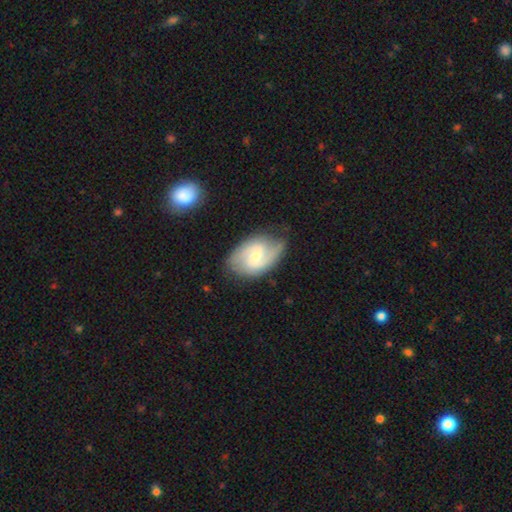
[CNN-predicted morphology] Smooth or featured?
  - featured or disk: 76% *
  - smooth: 19%
  - star or artifact: 5%
Edge-on disk?
  - no: 97% *
  - yes: 3%
Bar?
  - weak: 56% *
  - no: 32%
  - strong: 12%
Spiral arms?
  - yes: 94% *
  - no: 6%
Spiral winding?
  - medium: 50% *
  - tight: 28%
  - loose: 22%
Spiral arm count?
  - 2: 81% *
  - can't tell: 9%
  - 3: 4%
  - 1: 3%
  - 4: 1%
  - more than 4: 1%
Bulge size?
  - small: 56% *
  - moderate: 37%
  - none: 3%
  - large: 2%
  - dominant: 1%
Merging?
  - none: 72% *
  - minor disturbance: 20%
  - major disturbance: 6%
  - merger: 2%